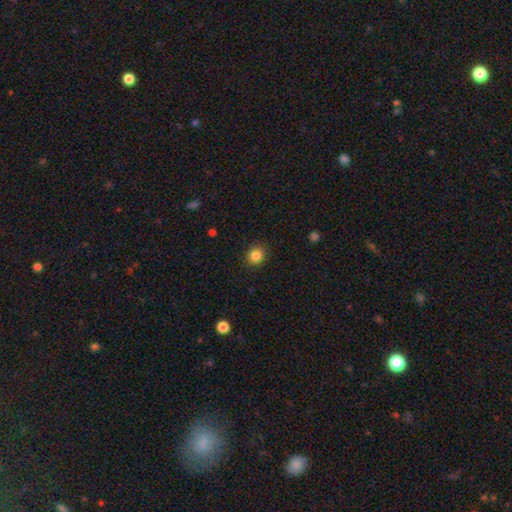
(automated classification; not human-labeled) The model was most divided on "how rounded": round: 83%, in between: 16%, cigar-shaped: 1%. More confident: merging — none (89%); smooth or featured — smooth (85%).